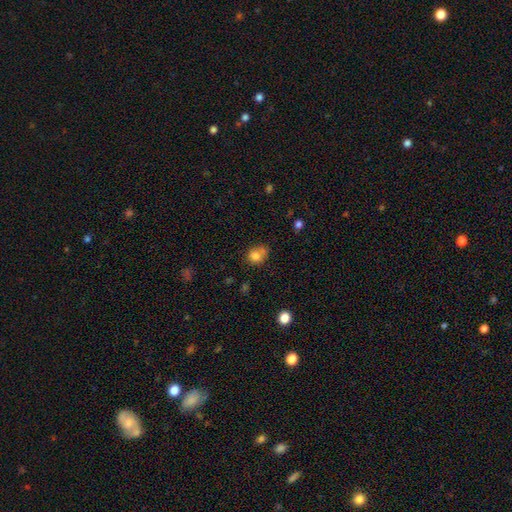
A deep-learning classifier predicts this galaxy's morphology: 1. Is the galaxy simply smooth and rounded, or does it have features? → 79% smooth, 11% star or artifact, 9% featured or disk.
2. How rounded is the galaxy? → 69% round, 30% in between, 1% cigar-shaped.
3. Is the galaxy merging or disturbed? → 50% none, 22% merger, 21% minor disturbance, 7% major disturbance.